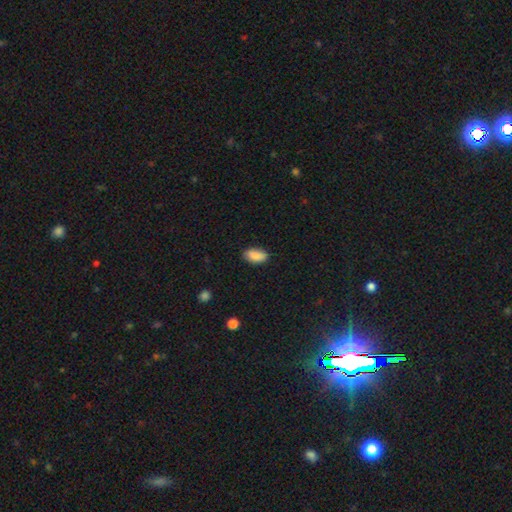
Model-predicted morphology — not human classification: Smooth or featured?
  - smooth: 88% *
  - star or artifact: 7%
  - featured or disk: 5%
How rounded?
  - in between: 92% *
  - cigar-shaped: 5%
  - round: 3%
Merging?
  - none: 85% *
  - minor disturbance: 11%
  - major disturbance: 2%
  - merger: 1%